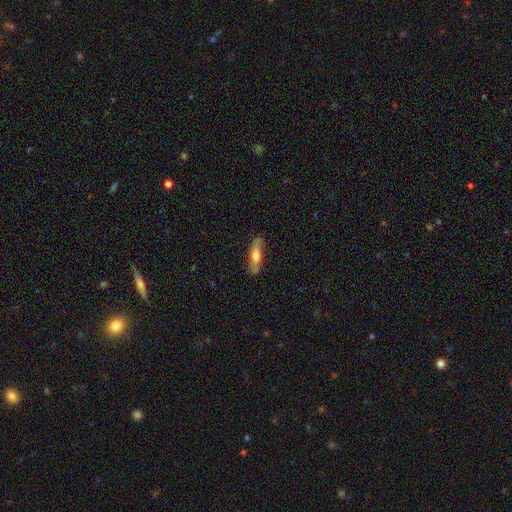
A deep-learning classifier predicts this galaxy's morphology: Smooth or featured?
  - smooth: 56% *
  - featured or disk: 38%
  - star or artifact: 6%
How rounded?
  - cigar-shaped: 67% *
  - in between: 30%
  - round: 2%
Merging?
  - none: 76% *
  - minor disturbance: 18%
  - major disturbance: 4%
  - merger: 2%